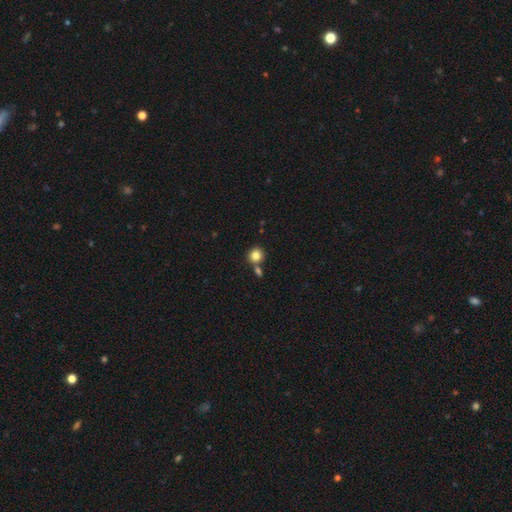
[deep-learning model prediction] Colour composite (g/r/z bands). It shows a smooth galaxy with no disk features (83%) that is round (88%). Merging: none (67%).